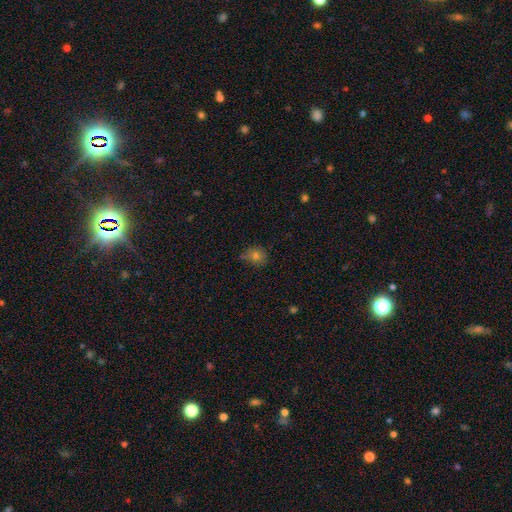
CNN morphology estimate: smooth 73%, star or artifact 16%, featured or disk 11%. Down the decision tree: how rounded — round (72%); merging — none (64%).